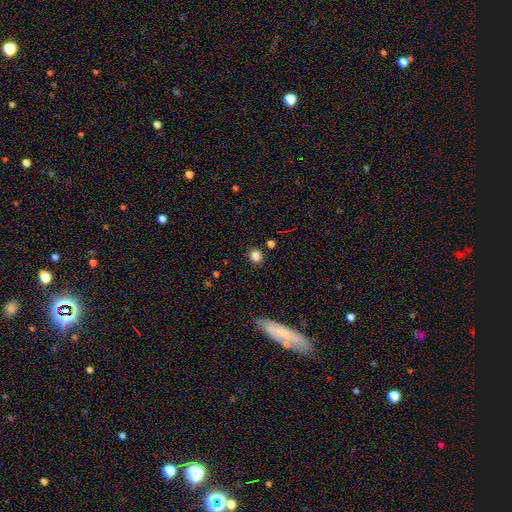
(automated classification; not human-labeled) Overall: smooth (83%). How rounded: round (85%). Merging: none (88%).